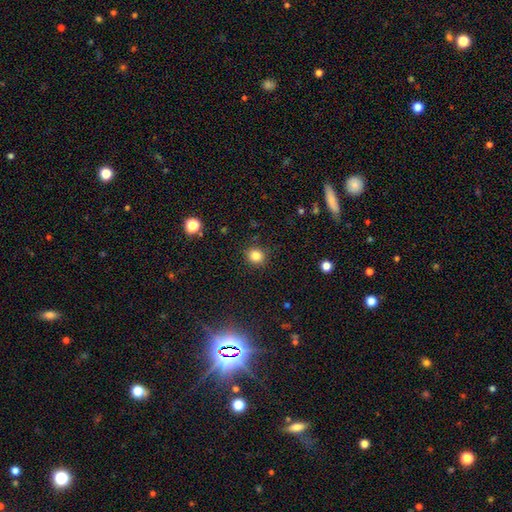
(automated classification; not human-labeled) Overall: smooth (83%). How rounded: round (81%). Merging: none (89%).